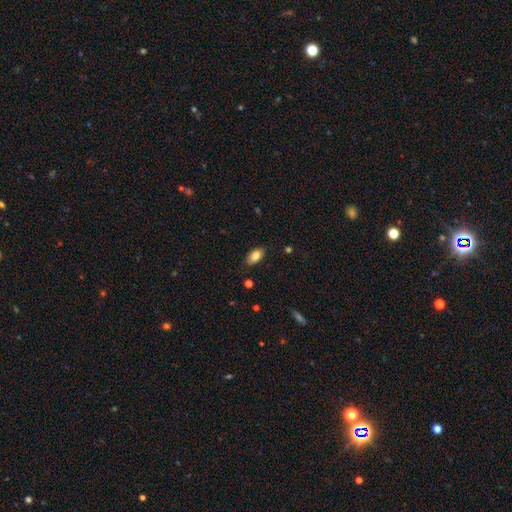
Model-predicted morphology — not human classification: smooth-or-featured: smooth: 82% | featured or disk: 10% | star or artifact: 8%
  how-rounded: in between: 92% | cigar-shaped: 4% | round: 4%
  merging: none: 84% | minor disturbance: 12% | major disturbance: 2% | merger: 1%